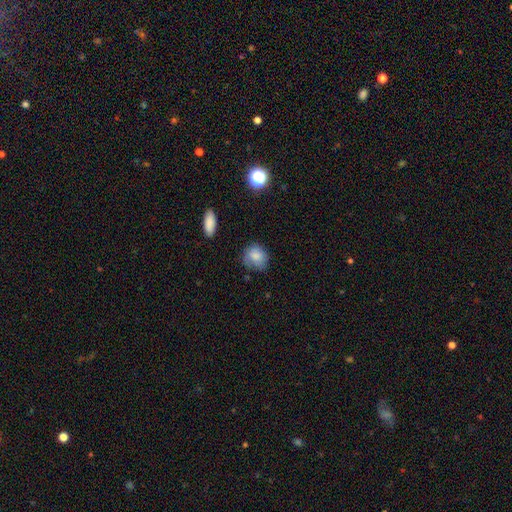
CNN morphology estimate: type=smooth (81%); roundness=round (64%); merging=none (59%).